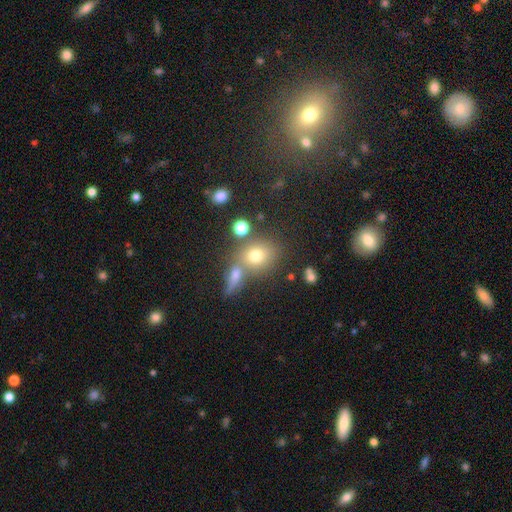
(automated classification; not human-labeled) Smooth or featured? Predicted: smooth (p=0.70). How rounded? Predicted: round (p=0.65). Merging? Predicted: none (p=0.55).